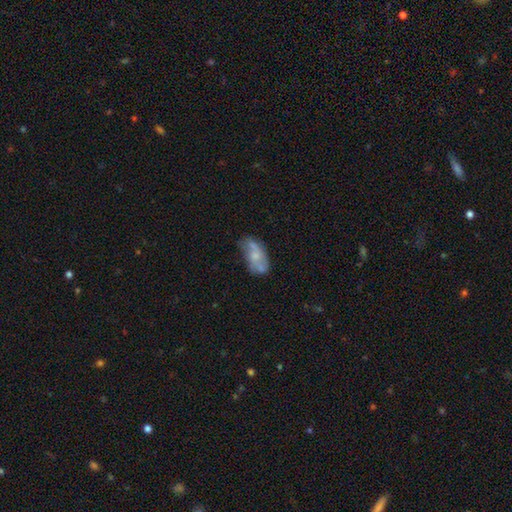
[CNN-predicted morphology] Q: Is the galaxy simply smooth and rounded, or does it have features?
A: featured or disk — 48%.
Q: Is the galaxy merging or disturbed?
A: none — 41%.